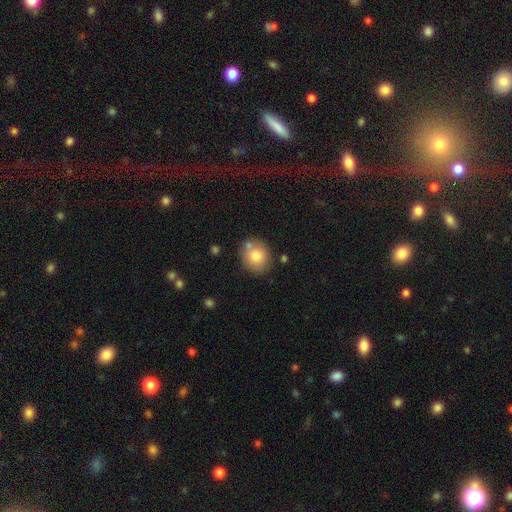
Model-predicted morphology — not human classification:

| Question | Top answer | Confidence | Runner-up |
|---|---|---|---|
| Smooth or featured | smooth | 80% | featured or disk (12%) |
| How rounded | round | 76% | in between (23%) |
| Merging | none | 73% | minor disturbance (14%) |